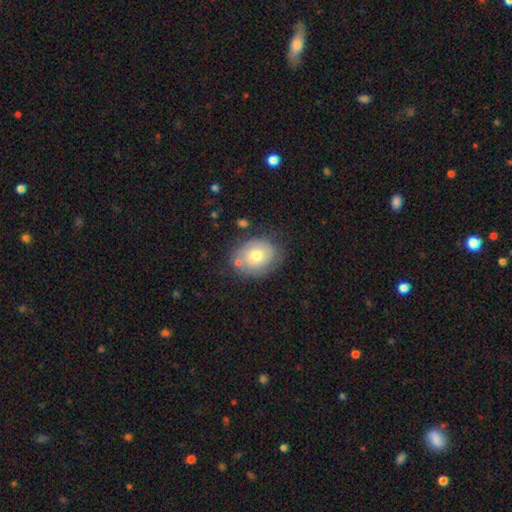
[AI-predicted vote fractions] smooth_or_featured: smooth (p=0.66) [alt: featured or disk p=0.26]
how_rounded: round (p=0.50) [alt: in between p=0.49]
merging: none (p=0.69) [alt: minor disturbance p=0.19]